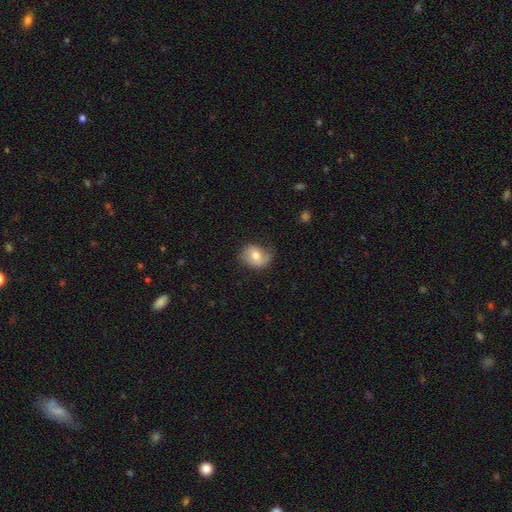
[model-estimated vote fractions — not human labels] Overall: smooth (60%; featured or disk 33%). How rounded: in between (57%; round 42%). Merging: none (63%; minor disturbance 27%).